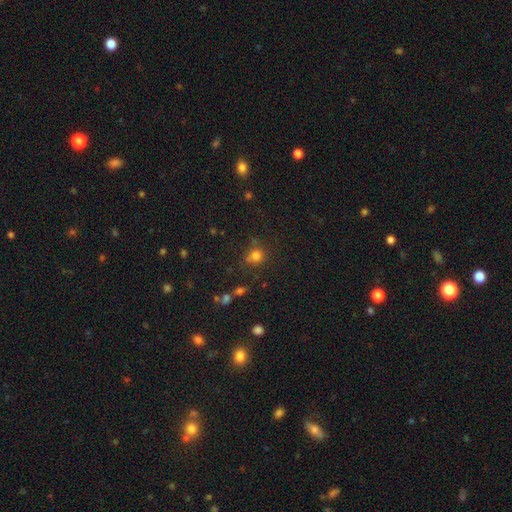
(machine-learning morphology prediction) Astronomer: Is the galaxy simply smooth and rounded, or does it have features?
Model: smooth — 77%.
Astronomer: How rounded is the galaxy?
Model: round — 80%.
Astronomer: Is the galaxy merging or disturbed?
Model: none — 67%.